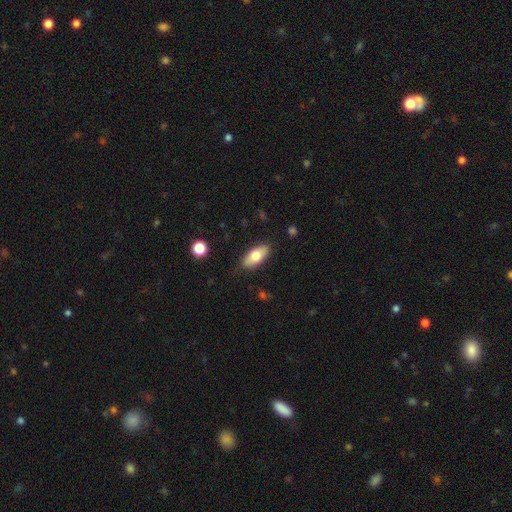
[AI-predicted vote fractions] smooth-or-featured: smooth: 75% | featured or disk: 19% | star or artifact: 6%
  how-rounded: in between: 87% | cigar-shaped: 10% | round: 3%
  merging: none: 84% | minor disturbance: 12% | major disturbance: 3% | merger: 1%